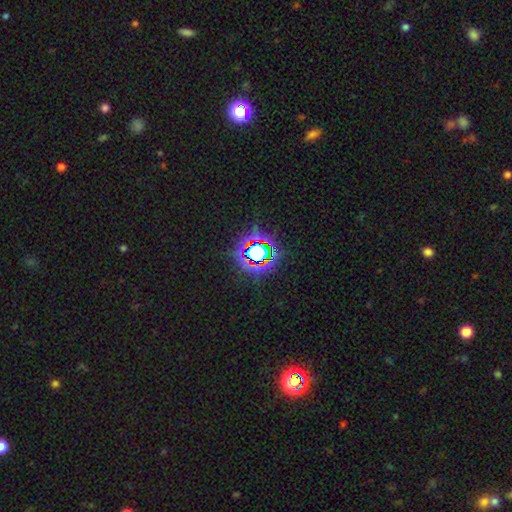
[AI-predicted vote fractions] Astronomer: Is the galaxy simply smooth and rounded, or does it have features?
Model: star or artifact — 78%.